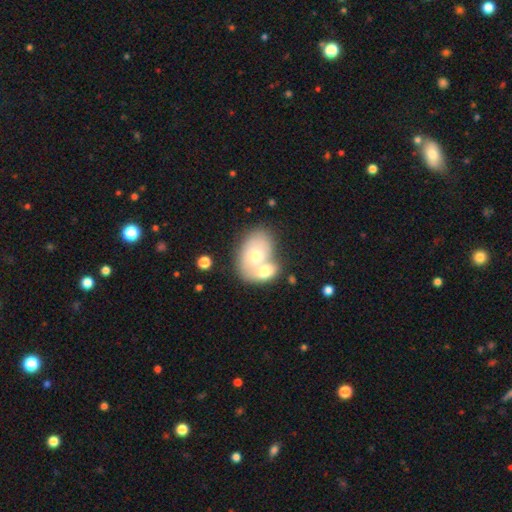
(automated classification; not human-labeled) A smooth galaxy with no disk features (61%) that is in between round and cigar-shaped (74%).

Vote fractions:
- Smooth or featured? smooth: 61% / featured or disk: 32% / star or artifact: 7%
- How rounded? in between: 74% / round: 25% / cigar-shaped: 1%
- Merging? merger: 66% / none: 22% / minor disturbance: 8% / major disturbance: 4%